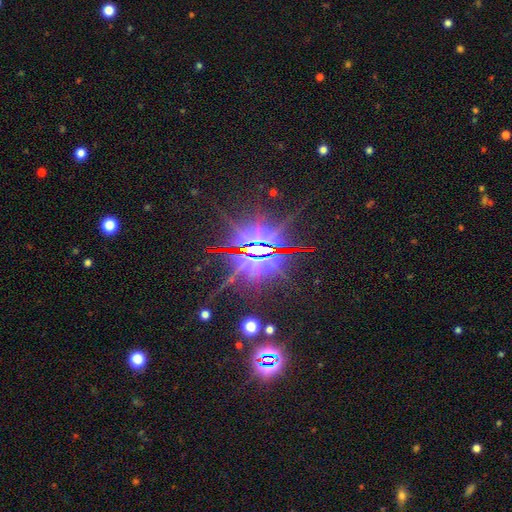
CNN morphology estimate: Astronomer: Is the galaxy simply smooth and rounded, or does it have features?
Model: star or artifact — 81%.